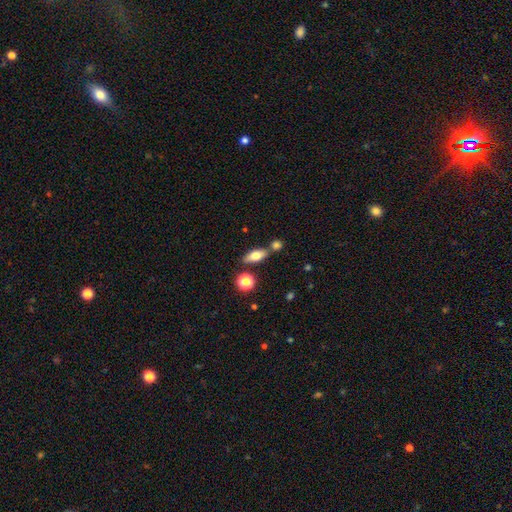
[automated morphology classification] The model was most divided on "smooth or featured": smooth: 69%, featured or disk: 23%, star or artifact: 8%. More confident: how rounded — in between (71%); merging — none (69%).